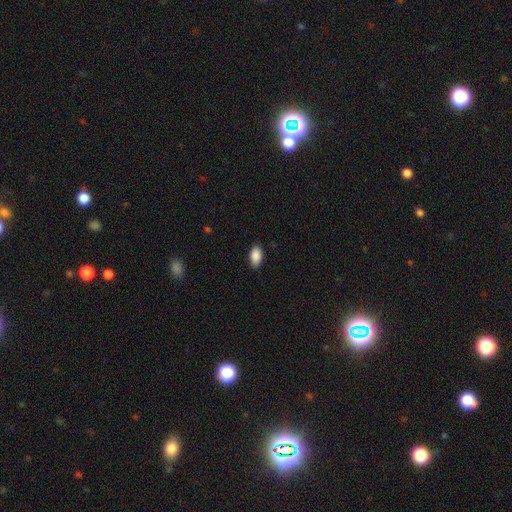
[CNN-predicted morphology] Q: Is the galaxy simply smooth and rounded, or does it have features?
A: smooth — 90%.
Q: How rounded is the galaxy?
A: in between — 94%.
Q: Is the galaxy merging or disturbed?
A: none — 87%.